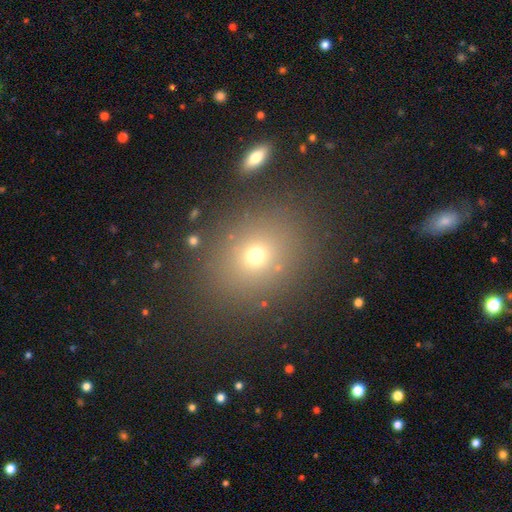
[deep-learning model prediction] Q: Smooth or featured?
A: smooth (68%); runner-up: star or artifact (21%)
Q: How rounded?
A: round (66%); runner-up: in between (33%)
Q: Merging?
A: none (82%); runner-up: minor disturbance (9%)